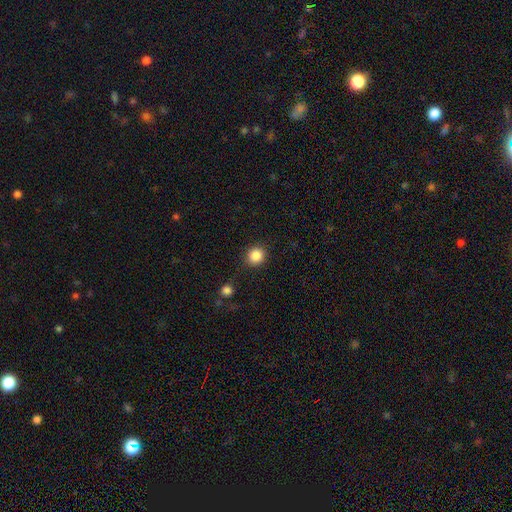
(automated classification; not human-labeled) smooth-or-featured: smooth: 86% | star or artifact: 10% | featured or disk: 4%
  how-rounded: round: 87% | in between: 12% | cigar-shaped: 1%
  merging: none: 86% | minor disturbance: 8% | major disturbance: 3% | merger: 2%